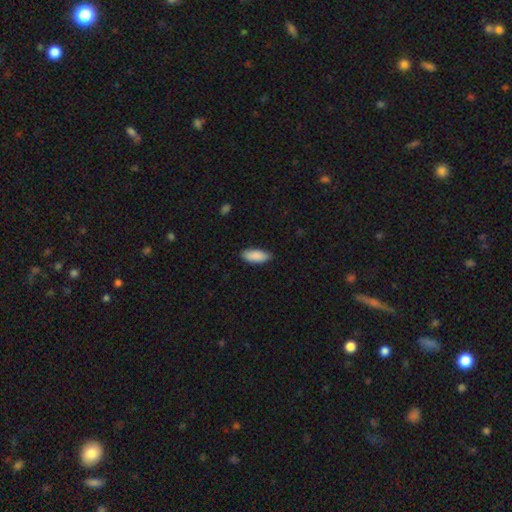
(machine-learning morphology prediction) smooth_or_featured: smooth (p=0.90) [alt: star or artifact p=0.06]
how_rounded: in between (p=0.81) [alt: cigar-shaped p=0.17]
merging: none (p=0.83) [alt: minor disturbance p=0.13]